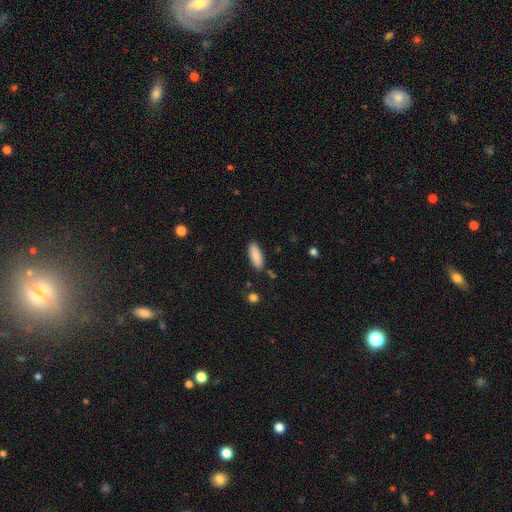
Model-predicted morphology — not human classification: Q: Smooth or featured?
A: smooth (88%); runner-up: star or artifact (6%)
Q: How rounded?
A: in between (68%); runner-up: cigar-shaped (31%)
Q: Merging?
A: none (86%); runner-up: minor disturbance (10%)